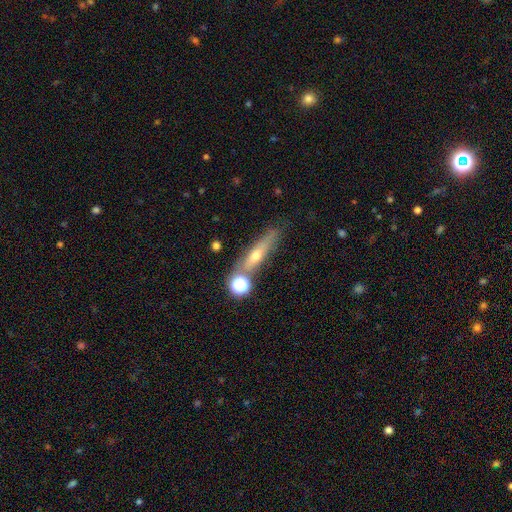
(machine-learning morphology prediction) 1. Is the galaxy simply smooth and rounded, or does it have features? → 44% smooth, 43% featured or disk, 13% star or artifact.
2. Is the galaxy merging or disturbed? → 65% none, 17% minor disturbance, 12% merger, 6% major disturbance.